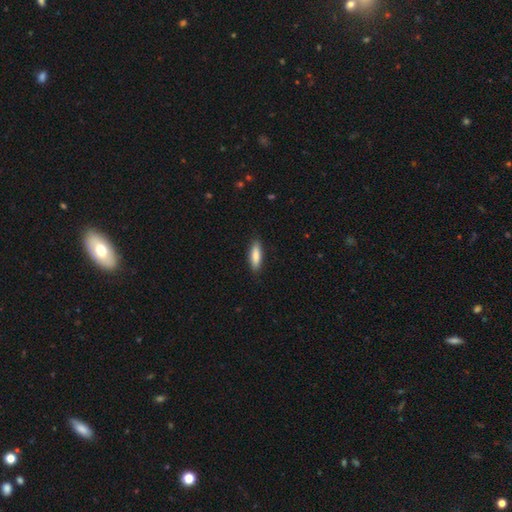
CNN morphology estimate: Overall: smooth (84%). How rounded: cigar-shaped (58%; in between 41%). Merging: none (89%).